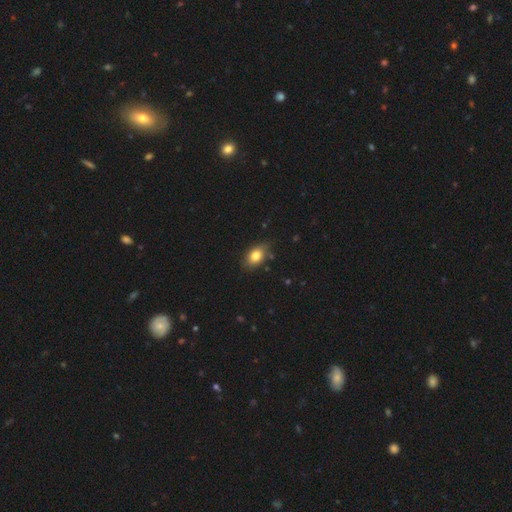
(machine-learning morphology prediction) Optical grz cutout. It shows a smooth galaxy with no disk features (81%) that is in between round and cigar-shaped (82%). Merging: none (78%).